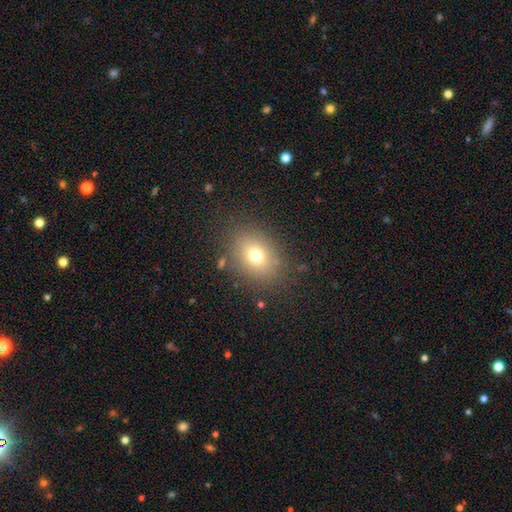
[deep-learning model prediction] A smooth galaxy with no disk features (72%) that is in between round and cigar-shaped (63%). Merging: none (82%).